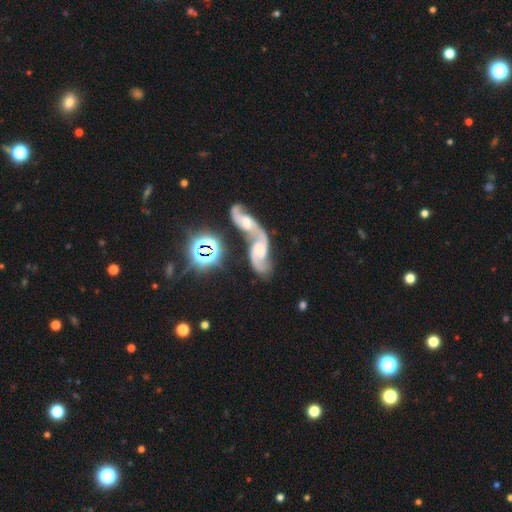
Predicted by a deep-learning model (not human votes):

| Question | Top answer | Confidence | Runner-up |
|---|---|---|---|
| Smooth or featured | featured or disk | 81% | smooth (10%) |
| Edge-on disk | no | 95% | yes (5%) |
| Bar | no | 52% | weak (37%) |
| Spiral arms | yes | 94% | no (6%) |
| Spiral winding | loose | 51% | medium (39%) |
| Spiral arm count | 2 | 90% | can't tell (4%) |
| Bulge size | small | 37% | moderate (33%) |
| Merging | merger | 68% | none (18%) |